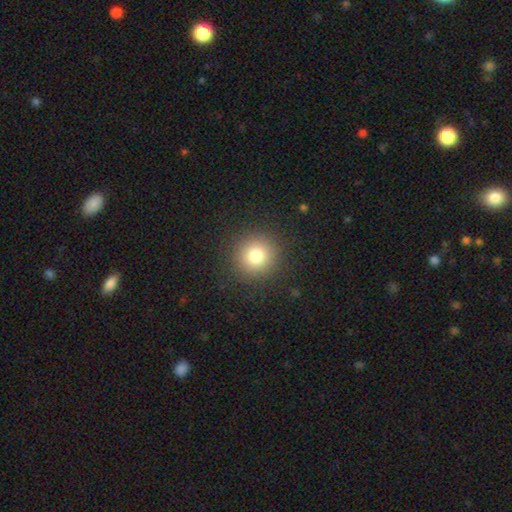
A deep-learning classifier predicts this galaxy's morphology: This appears to be a smooth galaxy with no disk features (81%) that is round (93%). Merging: none (90%).